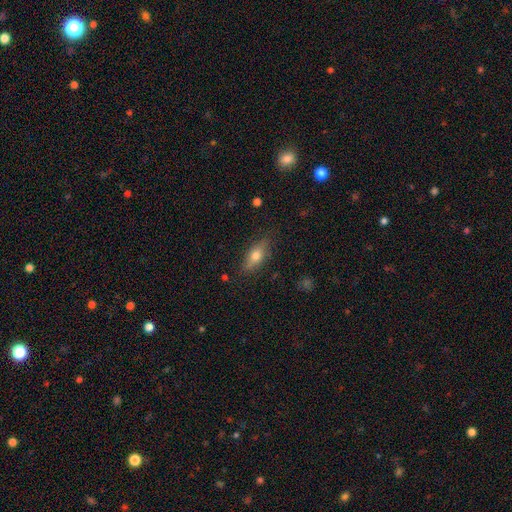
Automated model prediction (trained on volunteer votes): Smooth or featured? Predicted: smooth (p=0.63). How rounded? Predicted: in between (p=0.68). Merging? Predicted: none (p=0.81).